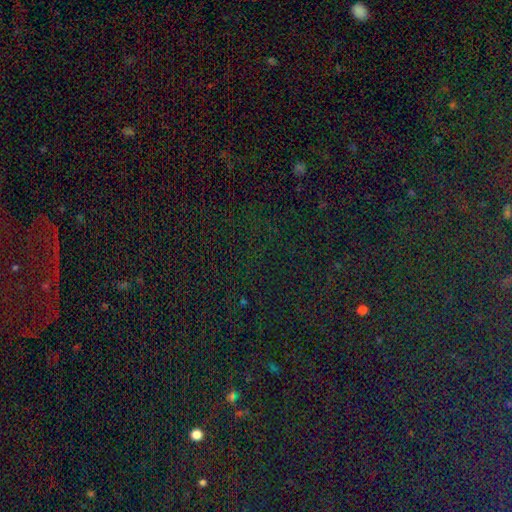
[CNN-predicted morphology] Smooth or featured: star or artifact — 82% (smooth — 10%)